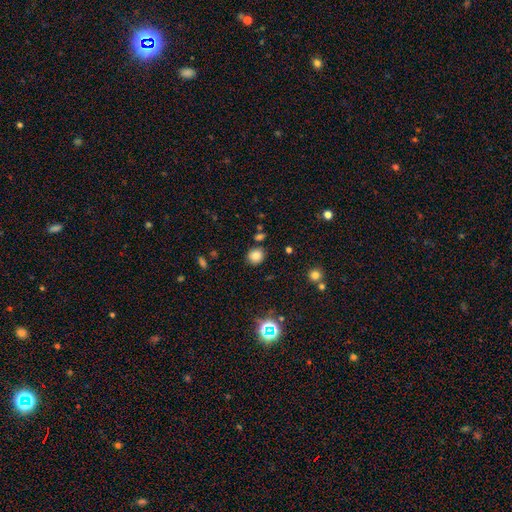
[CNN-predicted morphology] smooth_or_featured: smooth (p=0.81) [alt: star or artifact p=0.13]
how_rounded: round (p=0.80) [alt: in between p=0.19]
merging: none (p=0.83) [alt: minor disturbance p=0.09]